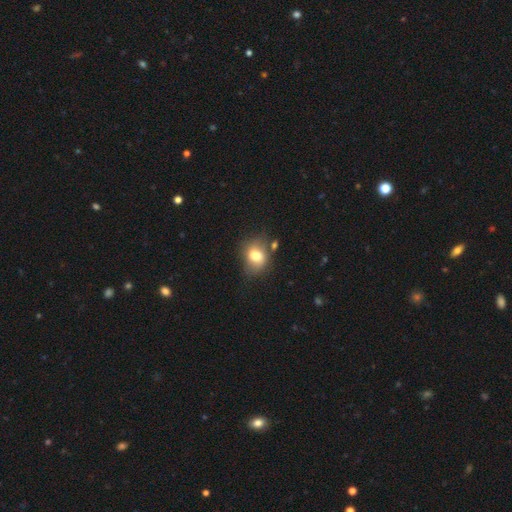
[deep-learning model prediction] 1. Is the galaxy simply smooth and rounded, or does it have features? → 73% smooth, 17% featured or disk, 10% star or artifact.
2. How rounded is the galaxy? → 51% in between, 48% round, 1% cigar-shaped.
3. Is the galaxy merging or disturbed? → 64% none, 21% minor disturbance, 8% merger, 6% major disturbance.